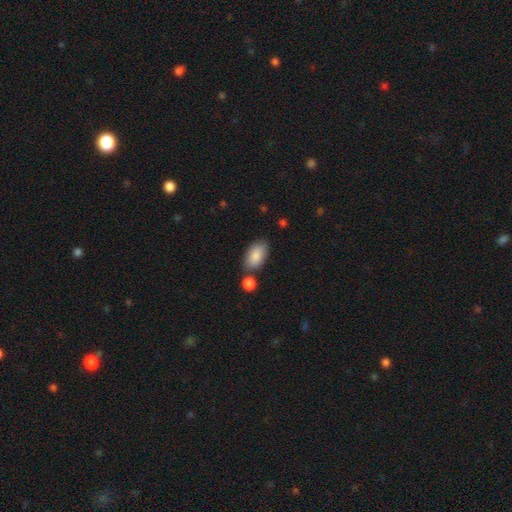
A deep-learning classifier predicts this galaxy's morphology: type=smooth (87%); roundness=in between (94%); merging=none (70%).